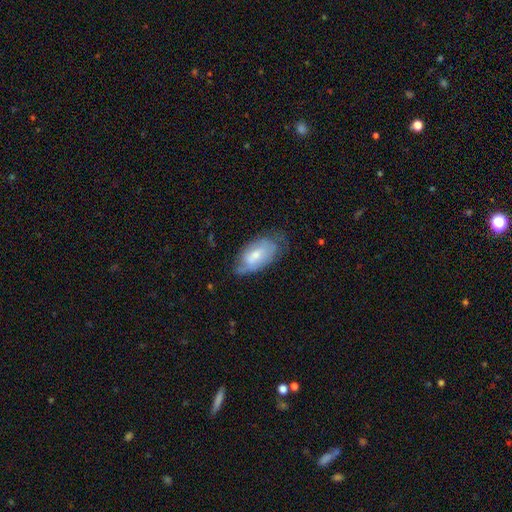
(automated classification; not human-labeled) The model was most divided on "smooth or featured": smooth: 51%, featured or disk: 42%, star or artifact: 7%. More confident: how rounded — in between (92%); merging — none (52%).